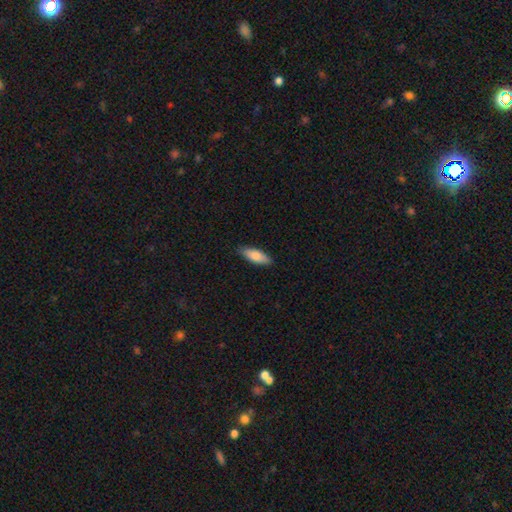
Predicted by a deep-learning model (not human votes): Smooth or featured? smooth (82%)
How rounded? in between (67%)
Merging? none (87%)